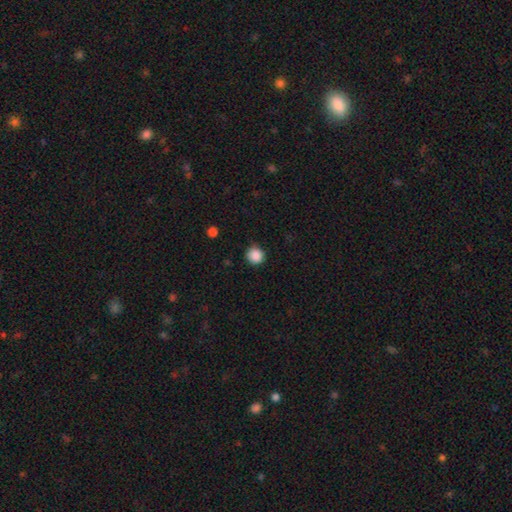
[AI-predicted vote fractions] The model was most divided on "merging": none: 86%, minor disturbance: 10%, major disturbance: 2%, merger: 1%. More confident: how rounded — round (94%); smooth or featured — smooth (87%).